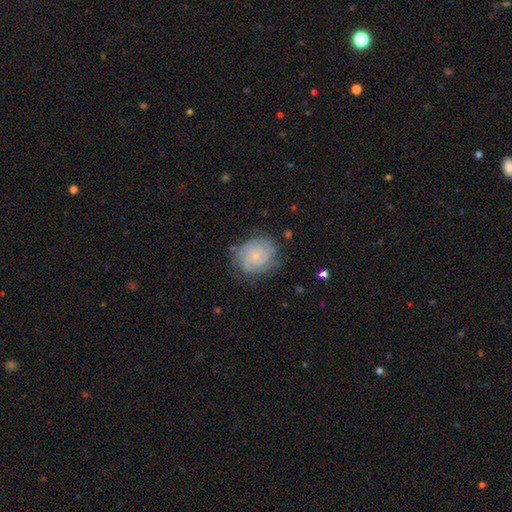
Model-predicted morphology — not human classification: Overall: featured or disk (53%; smooth 38%). Edge-on disk: no (98%). Bar: no (79%). Spiral arms: yes (84%). Bulge size: small (76%). Merging: none (68%).